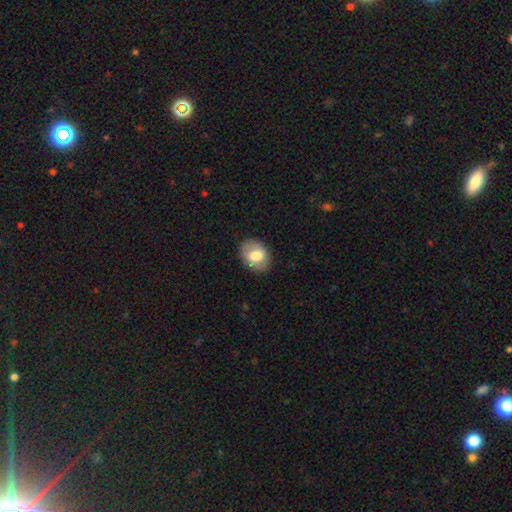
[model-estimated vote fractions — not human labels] smooth_or_featured: smooth (p=0.70) [alt: featured or disk p=0.23]
how_rounded: in between (p=0.61) [alt: round p=0.38]
merging: none (p=0.85) [alt: minor disturbance p=0.11]